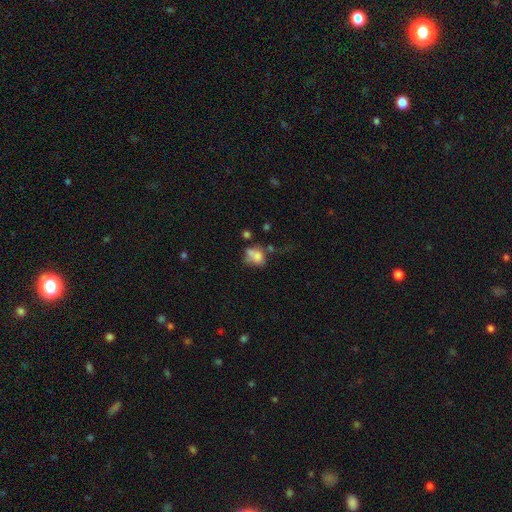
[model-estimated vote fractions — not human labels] Q: Smooth or featured?
A: smooth (64%); runner-up: featured or disk (24%)
Q: How rounded?
A: in between (65%); runner-up: round (34%)
Q: Merging?
A: merger (32%); runner-up: none (28%)